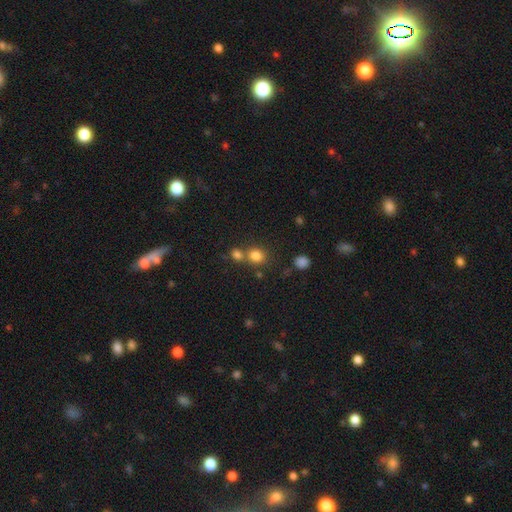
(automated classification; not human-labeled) The model was most divided on "merging": none: 55%, merger: 34%, minor disturbance: 7%, major disturbance: 3%. More confident: smooth or featured — smooth (81%); how rounded — round (79%).